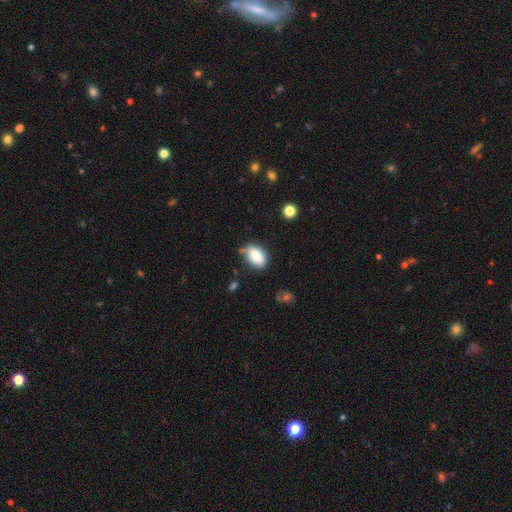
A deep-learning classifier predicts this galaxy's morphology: smooth 84%, featured or disk 8%, star or artifact 8%. Down the decision tree: how rounded — in between (90%); merging — none (71%).